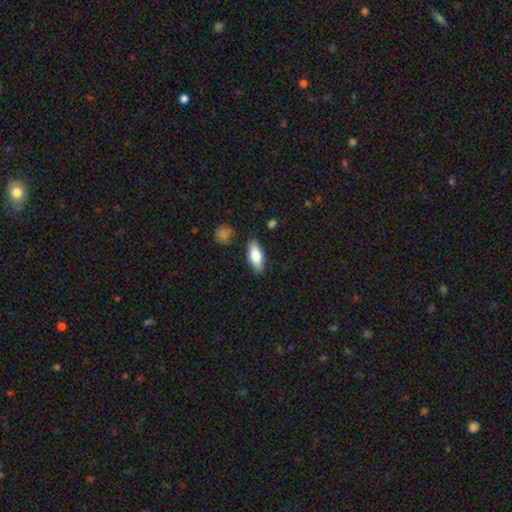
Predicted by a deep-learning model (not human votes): A smooth galaxy with no disk features (72%) that is in between round and cigar-shaped (71%).

Vote fractions:
- Smooth or featured? smooth: 72% / featured or disk: 22% / star or artifact: 6%
- How rounded? in between: 71% / cigar-shaped: 26% / round: 3%
- Merging? none: 85% / minor disturbance: 11% / major disturbance: 2% / merger: 2%